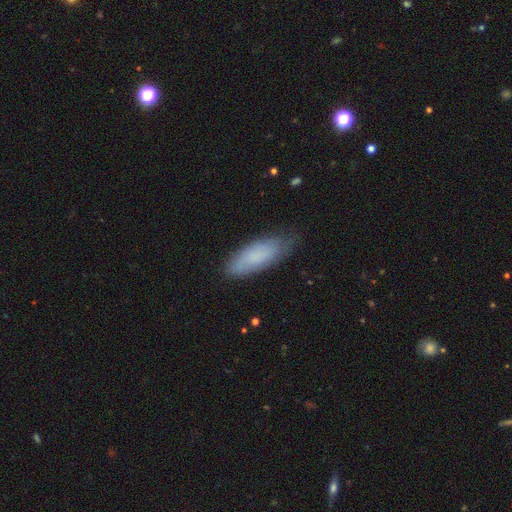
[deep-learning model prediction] Smooth or featured: smooth — 77% (featured or disk — 16%)
How rounded: in between — 65% (cigar-shaped — 33%)
Merging: none — 73% (minor disturbance — 21%)